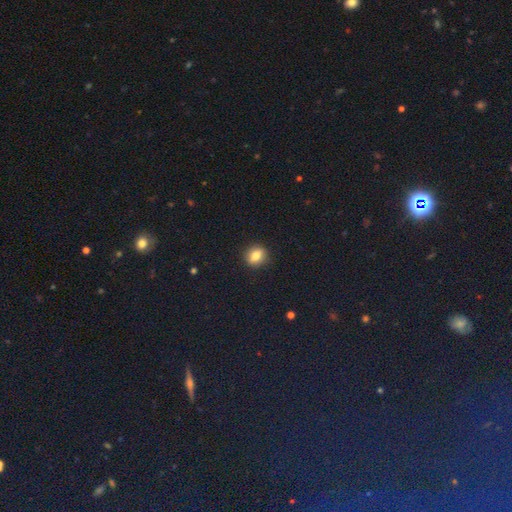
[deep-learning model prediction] A smooth galaxy with no disk features (78%) that is round (57%).

Vote fractions:
- Smooth or featured? smooth: 78% / featured or disk: 11% / star or artifact: 11%
- How rounded? round: 57% / in between: 41% / cigar-shaped: 2%
- Merging? none: 89% / minor disturbance: 7% / major disturbance: 2% / merger: 1%